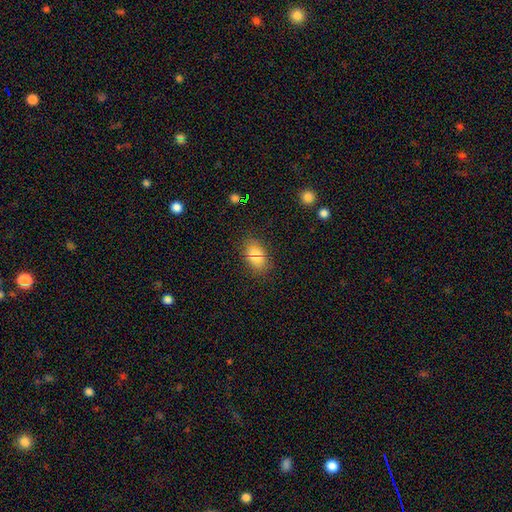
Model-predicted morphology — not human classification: Q: Smooth or featured?
A: smooth (78%); runner-up: star or artifact (12%)
Q: How rounded?
A: in between (86%); runner-up: round (11%)
Q: Merging?
A: none (78%); runner-up: minor disturbance (13%)